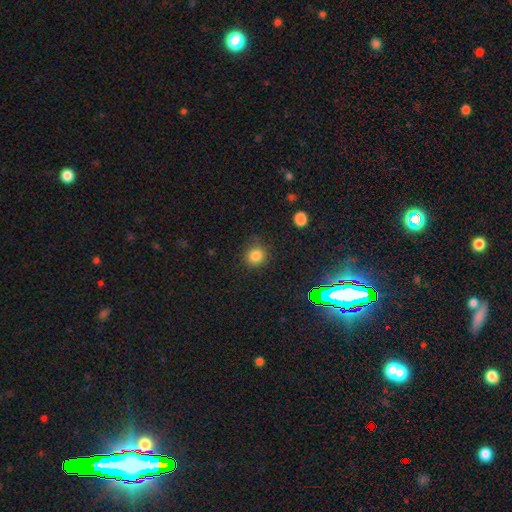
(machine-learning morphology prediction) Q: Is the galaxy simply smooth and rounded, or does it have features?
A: smooth — 81%.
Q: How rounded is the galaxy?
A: round — 89%.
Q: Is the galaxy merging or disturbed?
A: none — 83%.